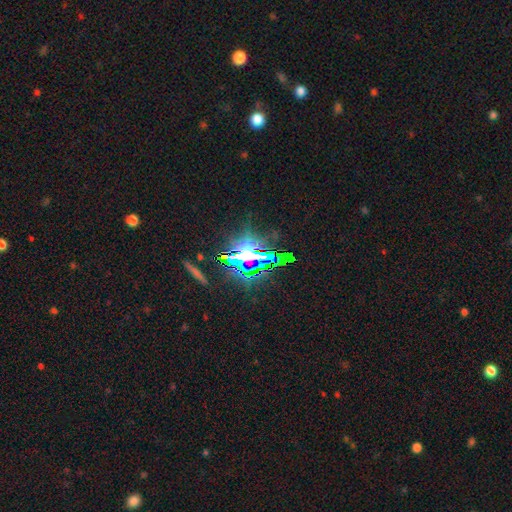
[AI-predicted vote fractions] smooth_or_featured: star or artifact (p=0.75) [alt: featured or disk p=0.13]